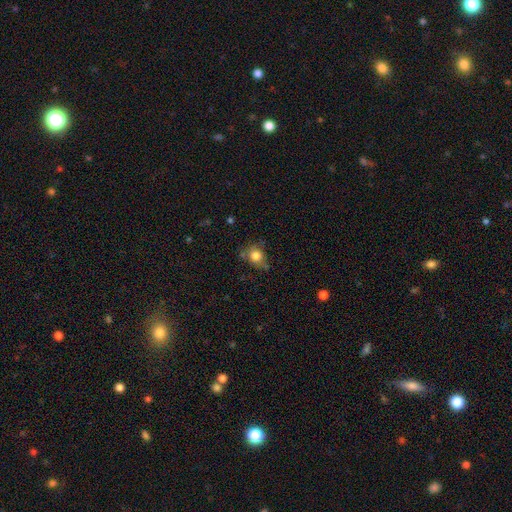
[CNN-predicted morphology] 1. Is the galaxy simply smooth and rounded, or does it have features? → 78% smooth, 12% featured or disk, 11% star or artifact.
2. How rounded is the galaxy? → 69% round, 29% in between, 1% cigar-shaped.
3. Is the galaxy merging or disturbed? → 57% none, 28% minor disturbance, 10% major disturbance, 5% merger.